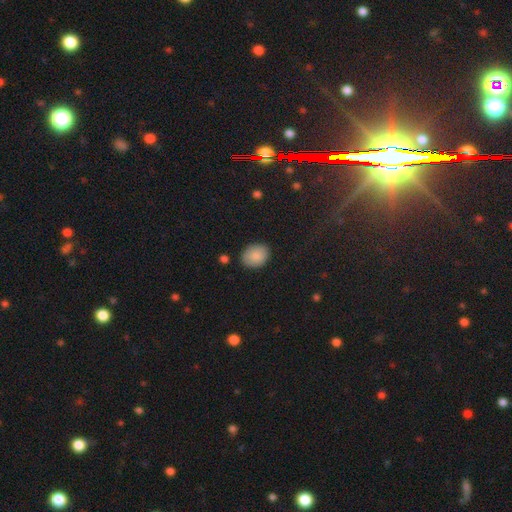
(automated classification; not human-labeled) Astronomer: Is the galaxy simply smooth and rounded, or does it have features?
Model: smooth — 87%.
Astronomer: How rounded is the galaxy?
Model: in between — 65%.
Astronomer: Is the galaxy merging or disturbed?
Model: none — 84%.